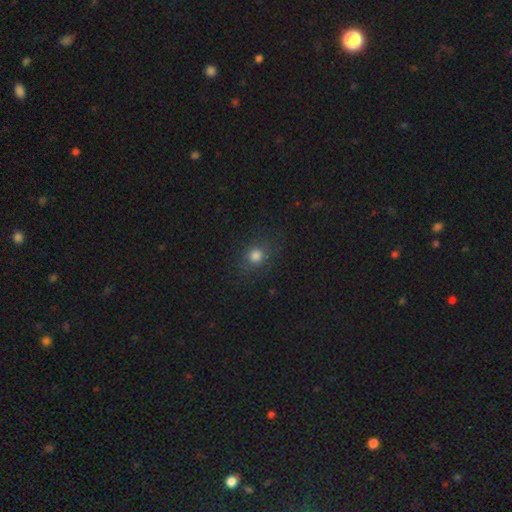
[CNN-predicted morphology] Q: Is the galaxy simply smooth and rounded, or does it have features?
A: smooth — 79%.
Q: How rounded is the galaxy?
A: round — 77%.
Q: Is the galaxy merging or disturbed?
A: none — 83%.